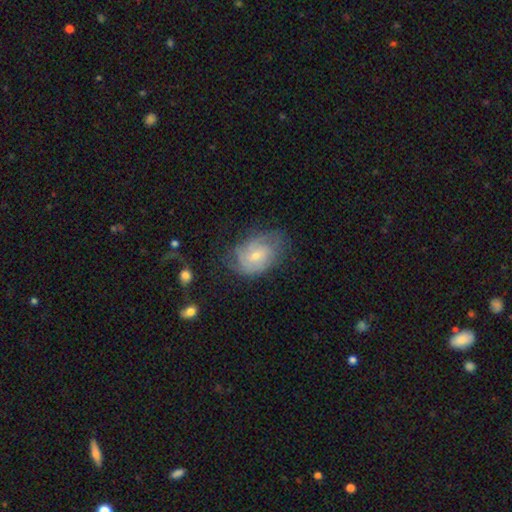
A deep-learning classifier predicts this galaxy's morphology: Smooth or featured? Predicted: featured or disk (p=0.63). Edge-on disk? Predicted: no (p=0.96). Bar? Predicted: no (p=0.61). Spiral arms? Predicted: yes (p=0.85). Spiral winding? Predicted: tight (p=0.50). Spiral arm count? Predicted: can't tell (p=0.43). Bulge size? Predicted: small (p=0.57). Merging? Predicted: none (p=0.56).